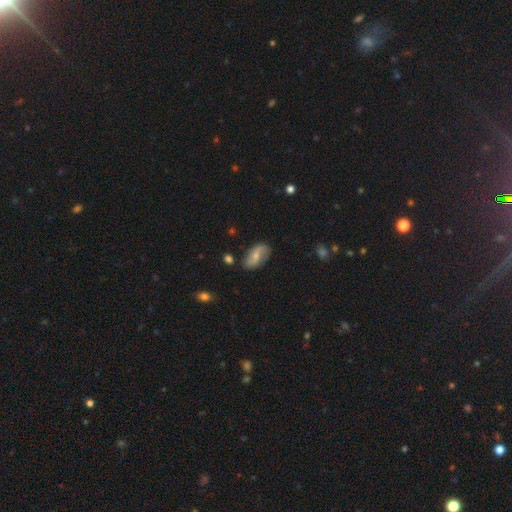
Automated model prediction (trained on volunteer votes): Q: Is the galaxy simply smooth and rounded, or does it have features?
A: featured or disk — 51%.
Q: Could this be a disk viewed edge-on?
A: no — 93%.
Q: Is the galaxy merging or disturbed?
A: none — 77%.